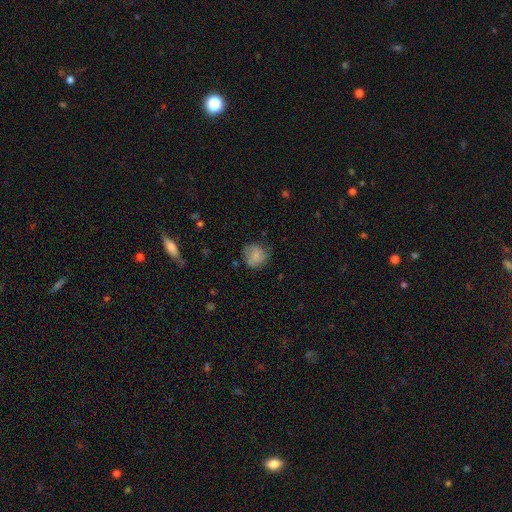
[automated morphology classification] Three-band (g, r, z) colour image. It shows a smooth galaxy with no disk features (75%) that is round (80%). Merging: none (65%).